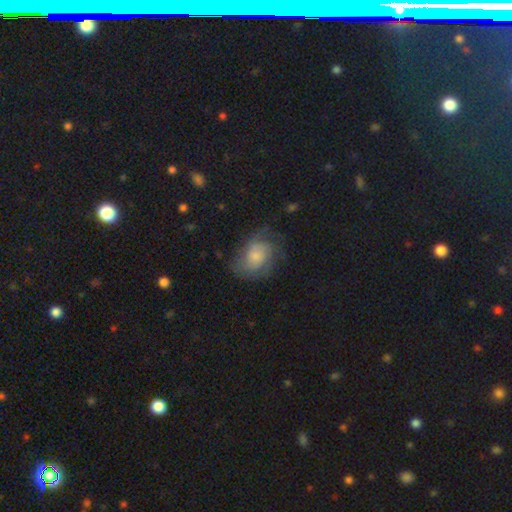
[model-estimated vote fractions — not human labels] A featured or disk galaxy (48%).

Vote fractions:
- Smooth or featured? featured or disk: 48% / smooth: 42% / star or artifact: 10%
- Merging? none: 61% / minor disturbance: 24% / major disturbance: 14% / merger: 1%